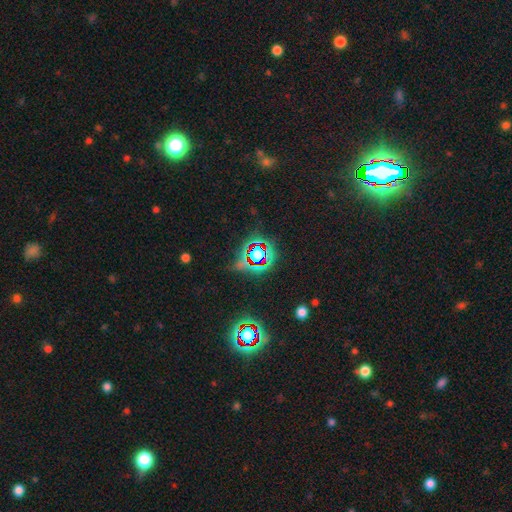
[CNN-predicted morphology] Smooth or featured: star or artifact — 72% (smooth — 18%)